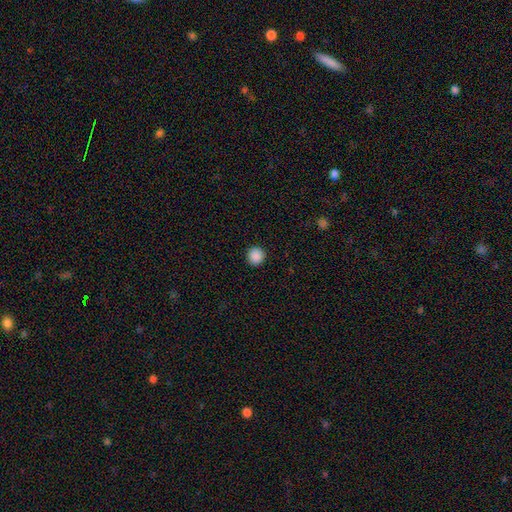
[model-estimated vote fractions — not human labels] Smooth or featured: smooth — 88% (star or artifact — 9%)
How rounded: round — 93% (in between — 6%)
Merging: none — 92% (minor disturbance — 5%)